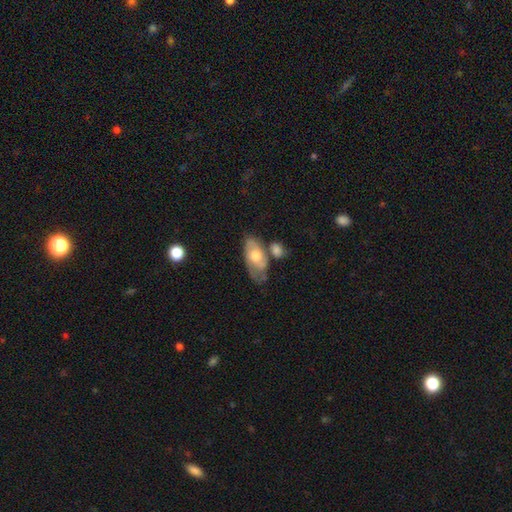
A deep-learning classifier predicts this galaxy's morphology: smooth_or_featured: smooth (p=0.52) [alt: featured or disk p=0.42]
how_rounded: in between (p=0.88) [alt: cigar-shaped p=0.07]
merging: none (p=0.44) [alt: minor disturbance p=0.25]